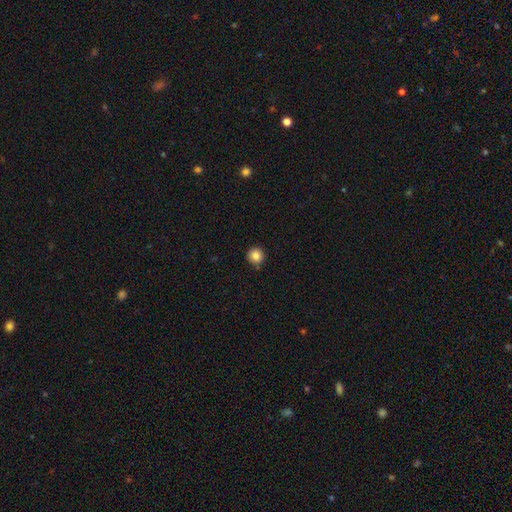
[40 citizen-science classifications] smooth 92%, star or artifact 8%, featured or disk 0%. Down the decision tree: how rounded — round (95%); merging — none (89%).